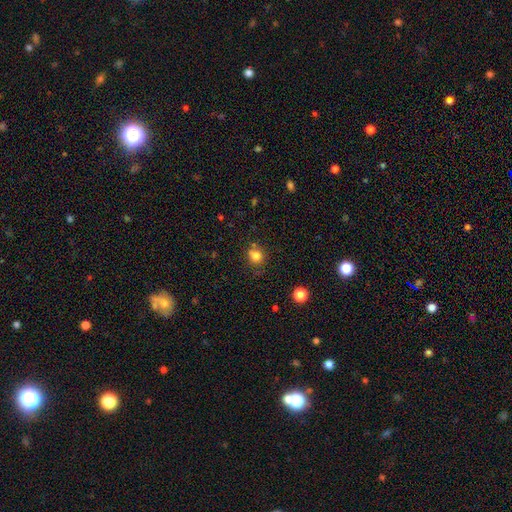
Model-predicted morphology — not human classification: smooth 79%, star or artifact 13%, featured or disk 7%. Down the decision tree: how rounded — round (83%); merging — none (67%).